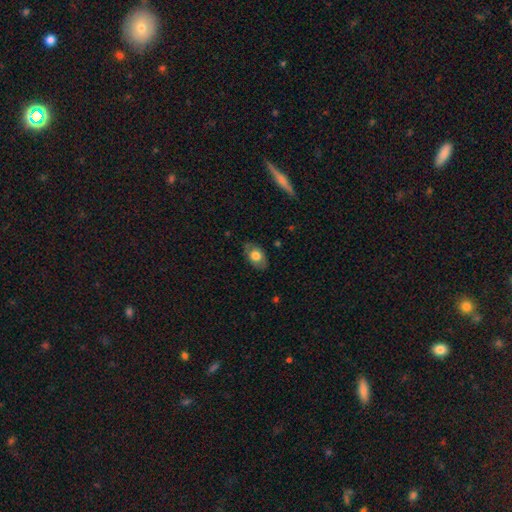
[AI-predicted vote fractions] The model was most divided on "smooth or featured": smooth: 69%, featured or disk: 24%, star or artifact: 7%. More confident: how rounded — in between (86%); merging — none (80%).